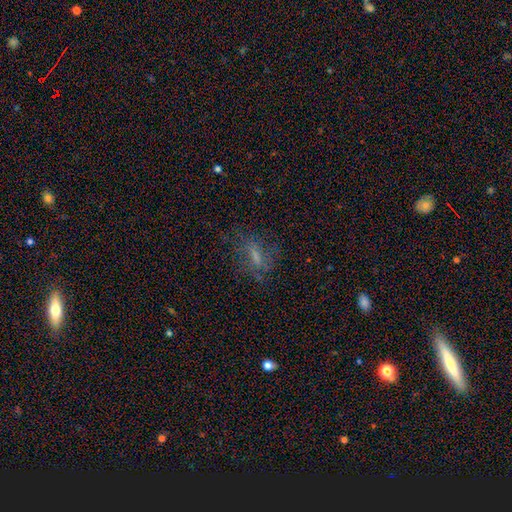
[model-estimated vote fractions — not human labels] smooth-or-featured: smooth: 45% | featured or disk: 34% | star or artifact: 21%
  merging: none: 62% | major disturbance: 18% | minor disturbance: 18% | merger: 2%